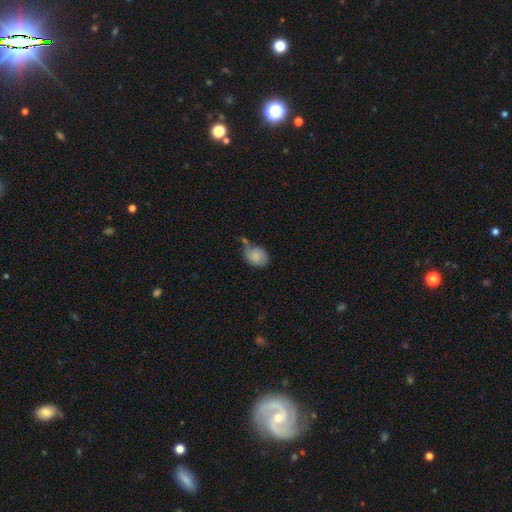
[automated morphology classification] Q: Smooth or featured?
A: smooth (76%); runner-up: featured or disk (16%)
Q: How rounded?
A: in between (56%); runner-up: round (43%)
Q: Merging?
A: none (41%); runner-up: minor disturbance (31%)